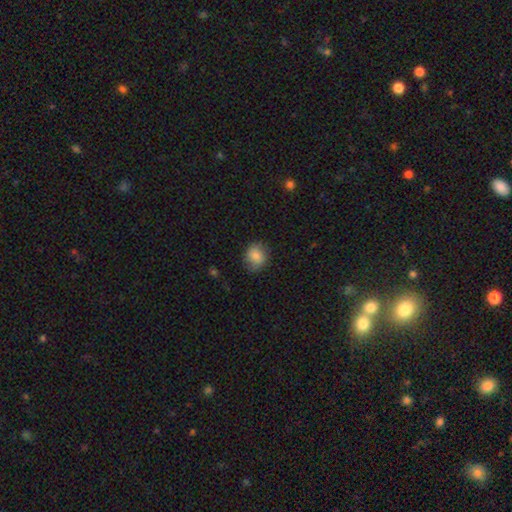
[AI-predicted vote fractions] Smooth or featured? smooth (82%)
How rounded? round (67%)
Merging? none (79%)